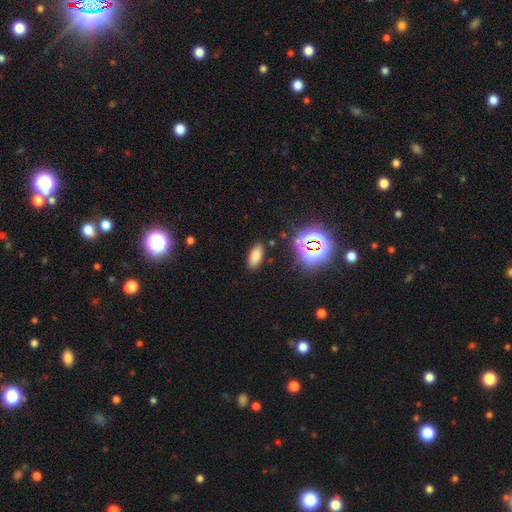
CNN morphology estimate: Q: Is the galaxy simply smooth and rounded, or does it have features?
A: smooth — 72%.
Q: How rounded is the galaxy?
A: in between — 83%.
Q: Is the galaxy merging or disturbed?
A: none — 87%.